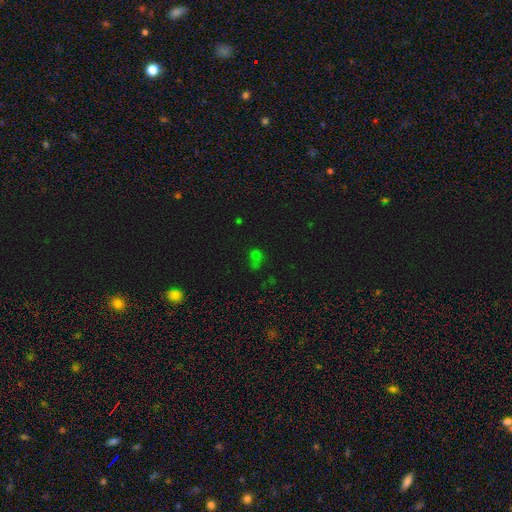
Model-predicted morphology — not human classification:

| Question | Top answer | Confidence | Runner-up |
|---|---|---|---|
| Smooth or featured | smooth | 53% | star or artifact (38%) |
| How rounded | round | 62% | in between (36%) |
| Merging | none | 48% | minor disturbance (19%) |